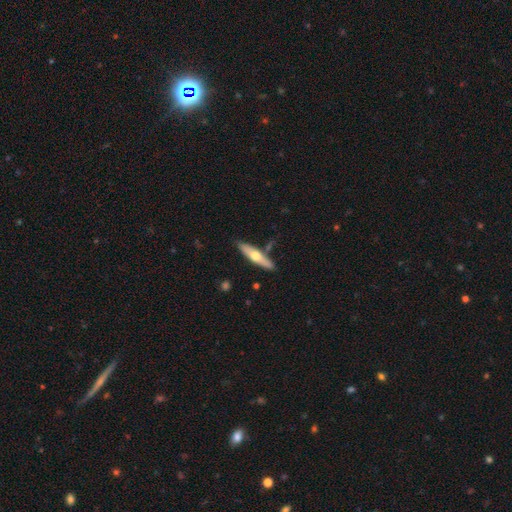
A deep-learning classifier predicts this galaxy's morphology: Smooth or featured? Predicted: featured or disk (p=0.48). Merging? Predicted: none (p=0.79).